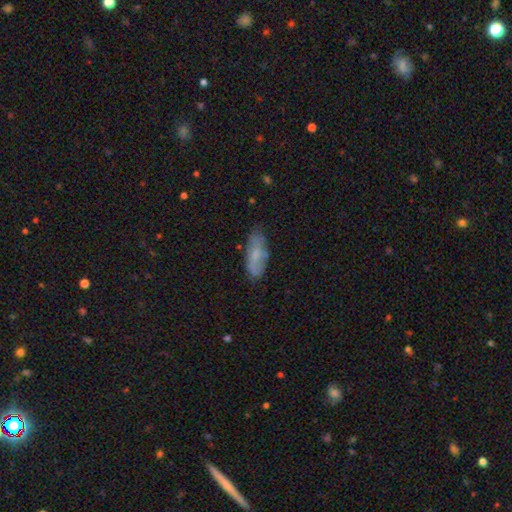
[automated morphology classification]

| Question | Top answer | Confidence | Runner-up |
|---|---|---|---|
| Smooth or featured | smooth | 66% | featured or disk (27%) |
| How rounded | in between | 71% | cigar-shaped (27%) |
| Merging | none | 74% | minor disturbance (20%) |